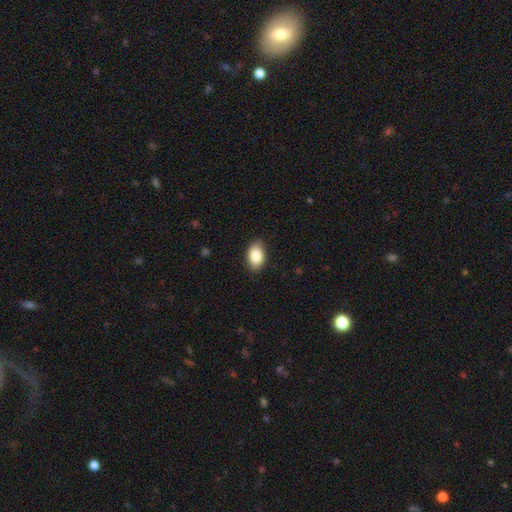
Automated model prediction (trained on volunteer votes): Overall: smooth (86%). How rounded: in between (90%). Merging: none (84%).